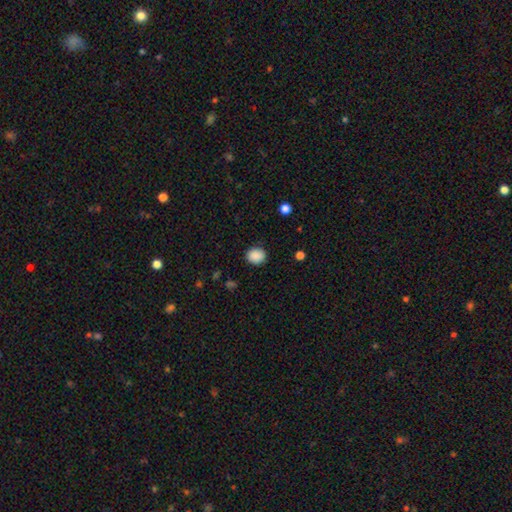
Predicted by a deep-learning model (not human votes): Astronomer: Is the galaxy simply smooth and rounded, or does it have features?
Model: smooth — 88%.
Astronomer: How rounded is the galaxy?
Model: round — 70%.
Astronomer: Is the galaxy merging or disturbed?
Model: none — 86%.